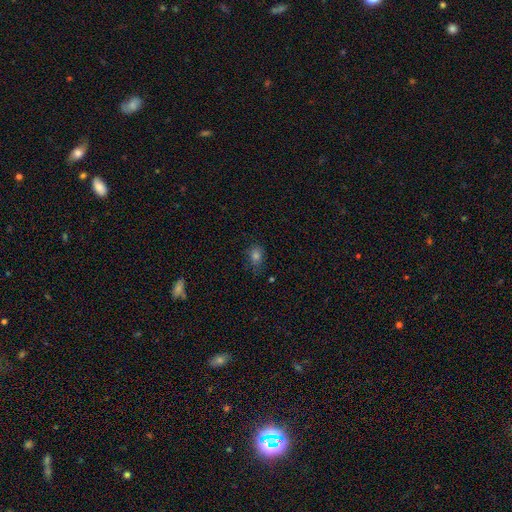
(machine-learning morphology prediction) Smooth or featured? Predicted: smooth (p=0.74). How rounded? Predicted: in between (p=0.56). Merging? Predicted: none (p=0.72).